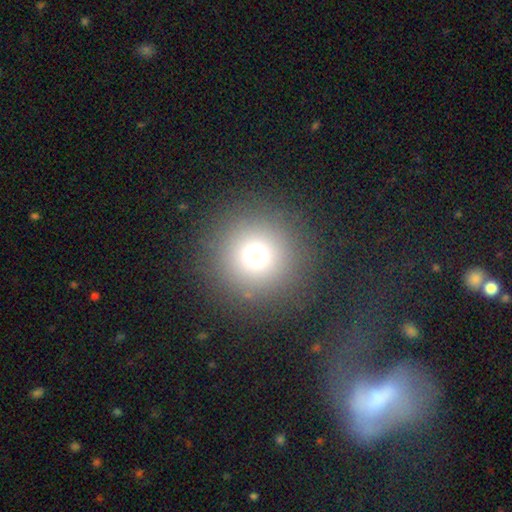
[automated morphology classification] Smooth or featured?
  - smooth: 70% *
  - star or artifact: 21%
  - featured or disk: 8%
How rounded?
  - round: 96% *
  - in between: 3%
  - cigar-shaped: 1%
Merging?
  - none: 90% *
  - minor disturbance: 5%
  - major disturbance: 4%
  - merger: 1%